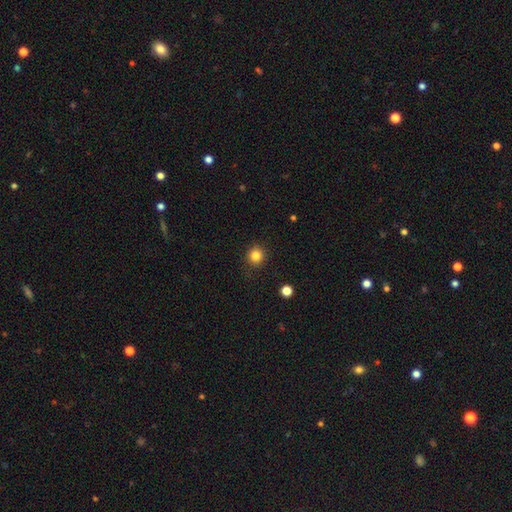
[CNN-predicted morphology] A smooth galaxy with no disk features (83%) that is round (92%). Merging: none (91%).